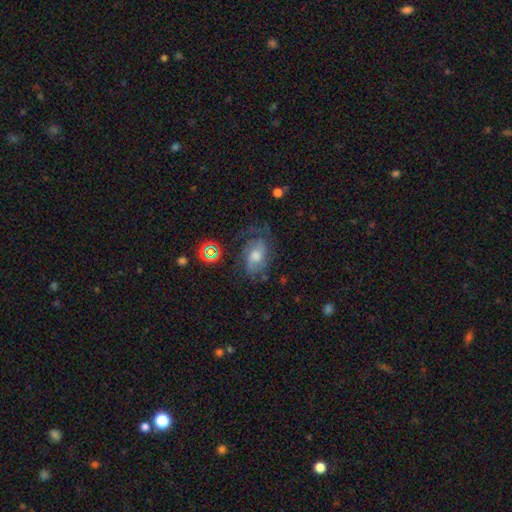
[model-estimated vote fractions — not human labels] Smooth or featured? Predicted: featured or disk (p=0.60). Edge-on disk? Predicted: no (p=0.94). Bar? Predicted: no (p=0.63). Spiral arms? Predicted: yes (p=0.83). Bulge size? Predicted: moderate (p=0.61). Merging? Predicted: none (p=0.55).